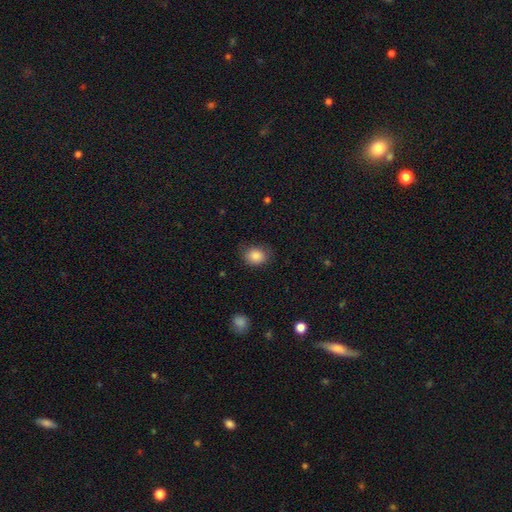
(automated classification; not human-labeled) Morphology: type=smooth (85%); roundness=round (54%); merging=none (76%).